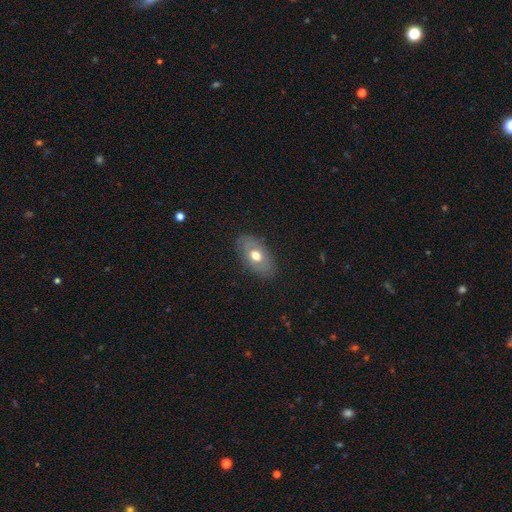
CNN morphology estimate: Q: Smooth or featured?
A: smooth (56%); runner-up: featured or disk (36%)
Q: How rounded?
A: in between (89%); runner-up: round (8%)
Q: Merging?
A: none (83%); runner-up: minor disturbance (13%)